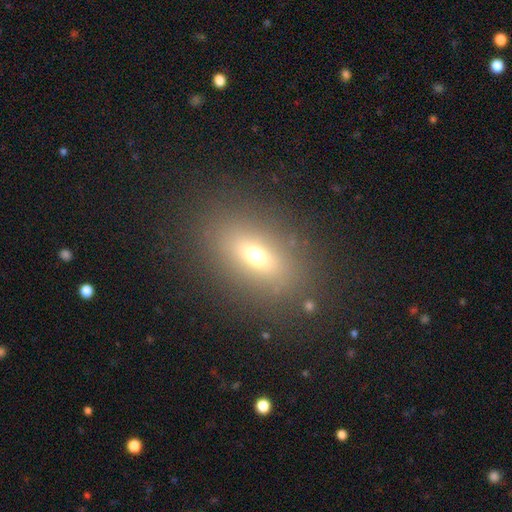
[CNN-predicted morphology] Smooth or featured? Predicted: smooth (p=0.63). How rounded? Predicted: in between (p=0.76). Merging? Predicted: none (p=0.84).